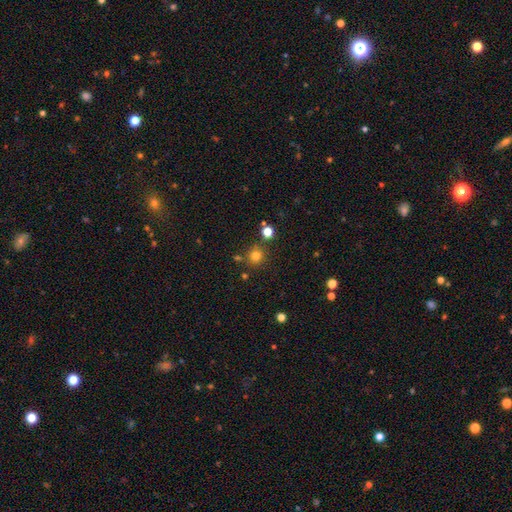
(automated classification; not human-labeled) Q: Smooth or featured?
A: smooth (78%); runner-up: star or artifact (16%)
Q: How rounded?
A: round (93%); runner-up: in between (6%)
Q: Merging?
A: none (81%); runner-up: minor disturbance (8%)